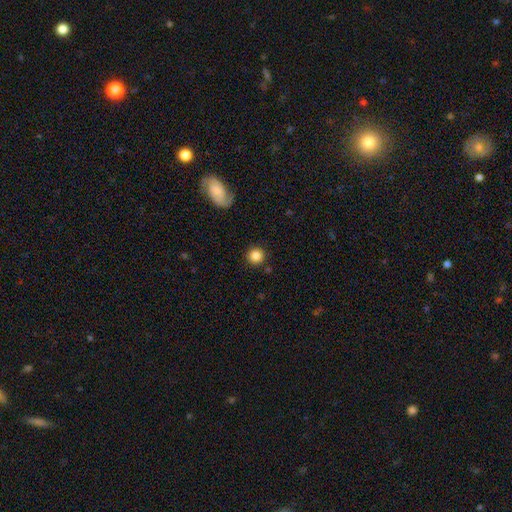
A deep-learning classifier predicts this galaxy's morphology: Smooth or featured? smooth (84%)
How rounded? round (94%)
Merging? none (90%)